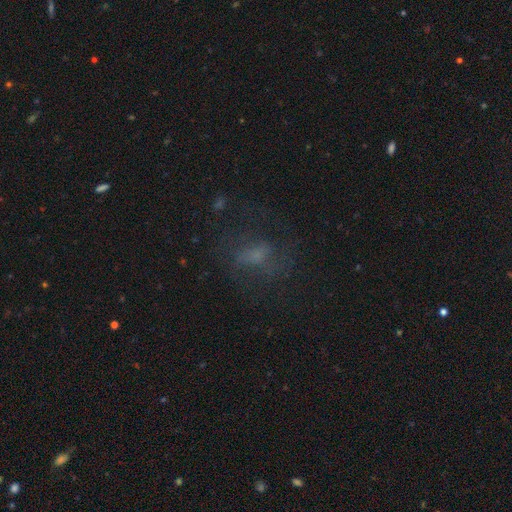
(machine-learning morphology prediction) Smooth or featured? smooth (41%)
Merging? none (60%)